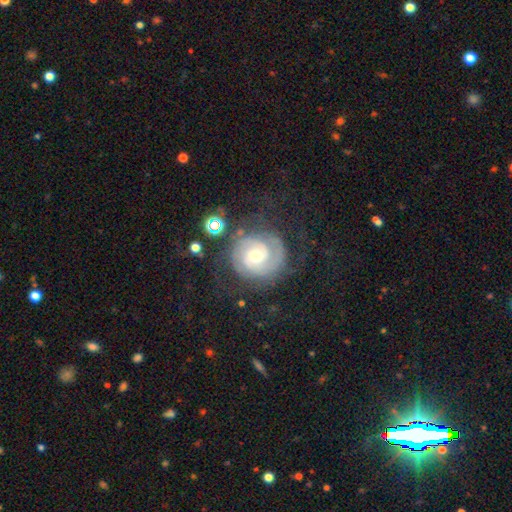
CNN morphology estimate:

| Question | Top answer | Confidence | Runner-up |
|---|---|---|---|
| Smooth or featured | featured or disk | 85% | smooth (9%) |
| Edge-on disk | no | 98% | yes (2%) |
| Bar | no | 63% | weak (31%) |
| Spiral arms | yes | 96% | no (4%) |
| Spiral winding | tight | 68% | medium (26%) |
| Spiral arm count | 2 | 60% | can't tell (18%) |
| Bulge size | moderate | 51% | small (44%) |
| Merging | none | 69% | minor disturbance (16%) |